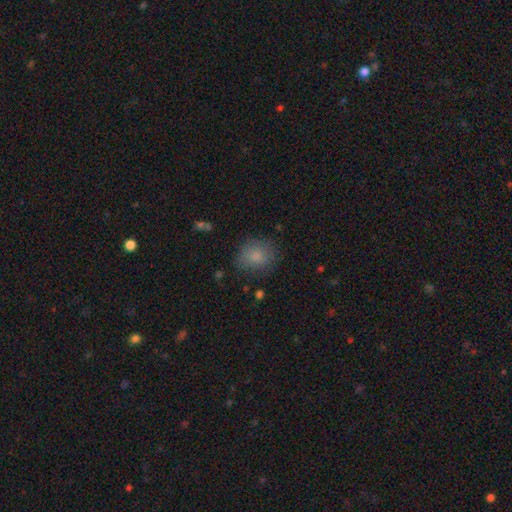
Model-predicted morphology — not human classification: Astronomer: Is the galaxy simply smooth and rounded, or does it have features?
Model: smooth — 83%.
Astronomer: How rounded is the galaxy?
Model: round — 65%.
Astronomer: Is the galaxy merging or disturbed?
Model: none — 77%.